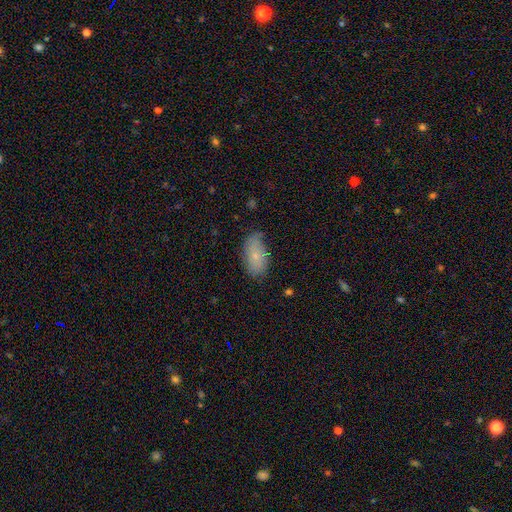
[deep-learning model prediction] Smooth or featured?
  - smooth: 74% *
  - featured or disk: 19%
  - star or artifact: 8%
How rounded?
  - in between: 93% *
  - round: 4%
  - cigar-shaped: 4%
Merging?
  - none: 63% *
  - minor disturbance: 28%
  - major disturbance: 7%
  - merger: 2%